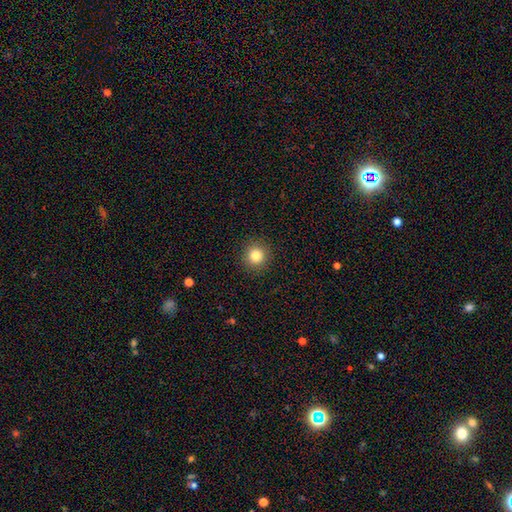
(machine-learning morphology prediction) This appears to be a smooth galaxy with no disk features (82%) that is round (94%). Merging: none (92%).